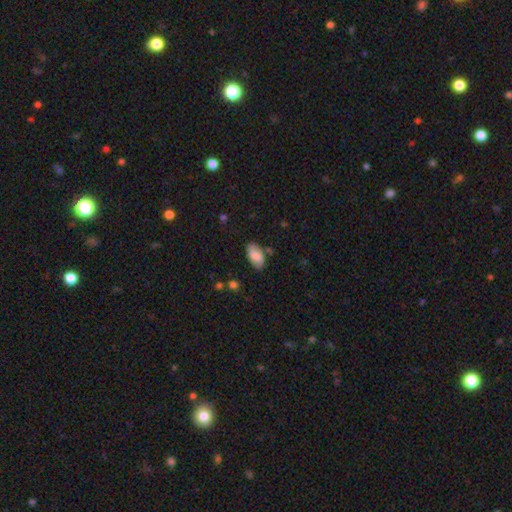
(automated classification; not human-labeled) smooth-or-featured: smooth: 73% | featured or disk: 20% | star or artifact: 7%
  how-rounded: in between: 94% | round: 3% | cigar-shaped: 3%
  merging: none: 72% | minor disturbance: 20% | major disturbance: 5% | merger: 4%